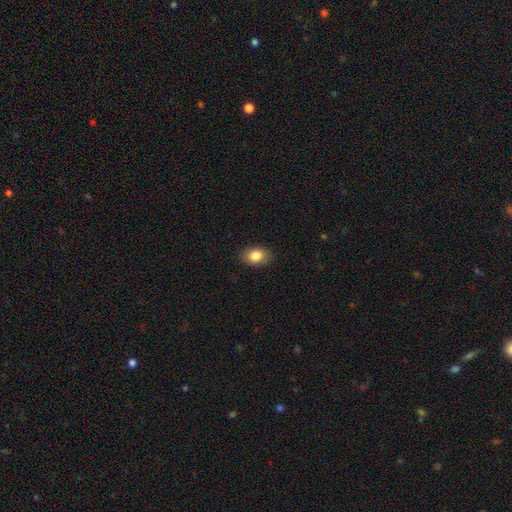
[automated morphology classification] Smooth or featured? smooth (85%)
How rounded? in between (80%)
Merging? none (87%)